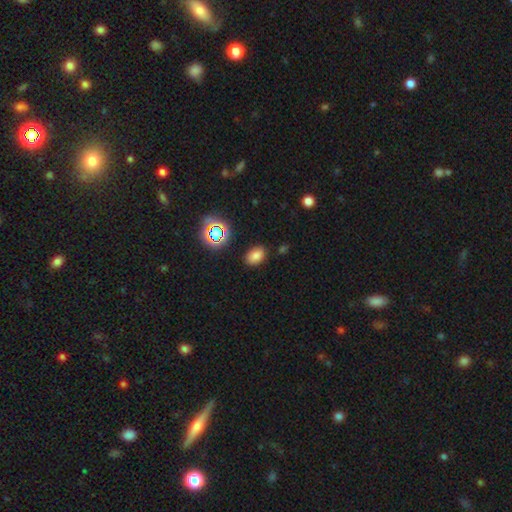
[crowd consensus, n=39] A smooth galaxy with no disk features (90%) that is in between round and cigar-shaped (71%). Merging: none (83%).